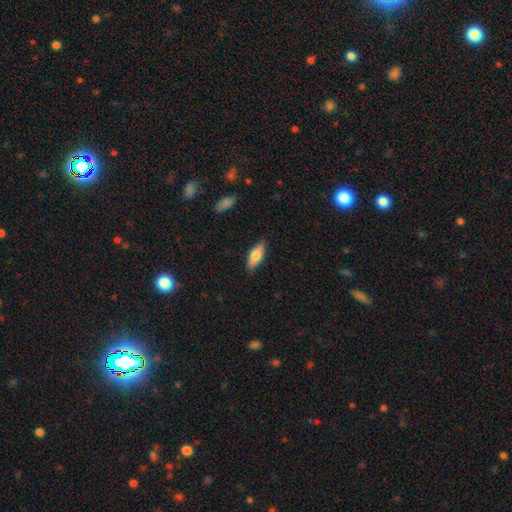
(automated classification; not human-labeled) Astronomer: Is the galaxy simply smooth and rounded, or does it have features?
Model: smooth — 75%.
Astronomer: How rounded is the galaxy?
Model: in between — 74%.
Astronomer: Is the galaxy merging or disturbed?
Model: none — 85%.